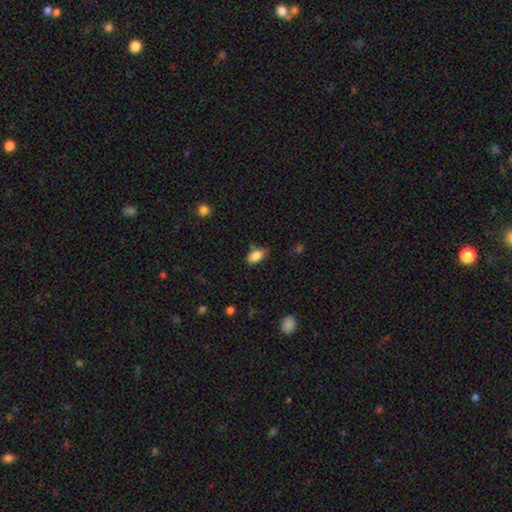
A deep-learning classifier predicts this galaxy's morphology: smooth_or_featured: smooth (p=0.86) [alt: star or artifact p=0.08]
how_rounded: in between (p=0.90) [alt: round p=0.07]
merging: none (p=0.73) [alt: minor disturbance p=0.19]